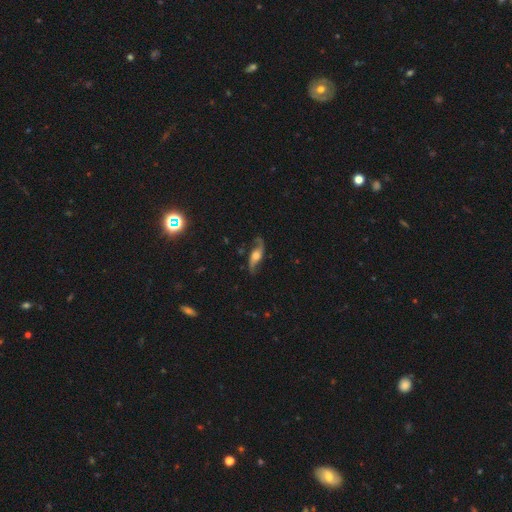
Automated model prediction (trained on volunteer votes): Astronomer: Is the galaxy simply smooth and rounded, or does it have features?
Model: featured or disk — 83%.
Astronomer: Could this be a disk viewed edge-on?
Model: no — 84%.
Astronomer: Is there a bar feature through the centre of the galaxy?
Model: no — 61%.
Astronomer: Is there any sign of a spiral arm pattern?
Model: yes — 95%.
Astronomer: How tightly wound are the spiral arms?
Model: loose — 78%.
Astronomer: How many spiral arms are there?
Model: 2 — 93%.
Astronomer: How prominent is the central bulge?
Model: moderate — 47% (runner-up: large, 33%).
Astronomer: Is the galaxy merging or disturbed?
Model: none — 77%.